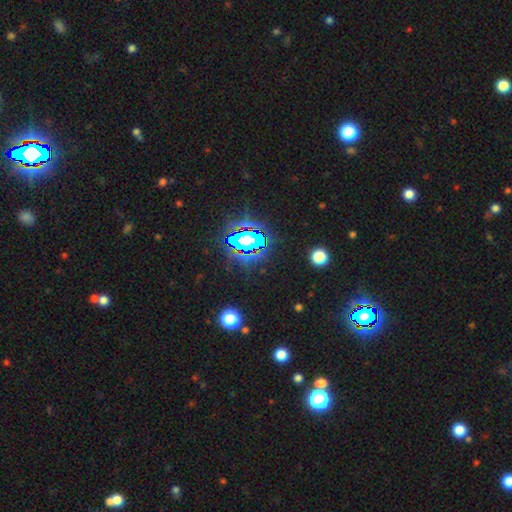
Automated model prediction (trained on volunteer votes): Smooth or featured? star or artifact (83%)